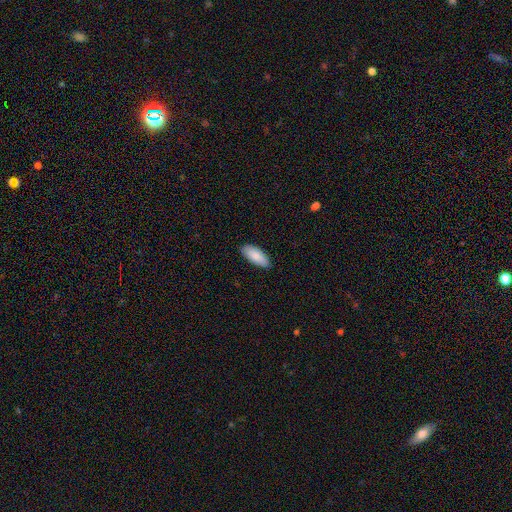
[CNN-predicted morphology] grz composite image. It shows a smooth galaxy with no disk features (87%) that is in between round and cigar-shaped (86%). Merging: none (88%).